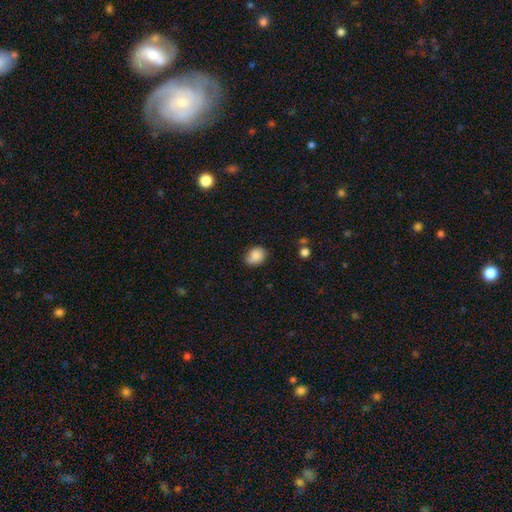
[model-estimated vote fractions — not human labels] A smooth galaxy with no disk features (82%) that is in between round and cigar-shaped (58%).

Vote fractions:
- Smooth or featured? smooth: 82% / featured or disk: 9% / star or artifact: 9%
- How rounded? in between: 58% / round: 41% / cigar-shaped: 1%
- Merging? none: 66% / minor disturbance: 27% / major disturbance: 5% / merger: 2%